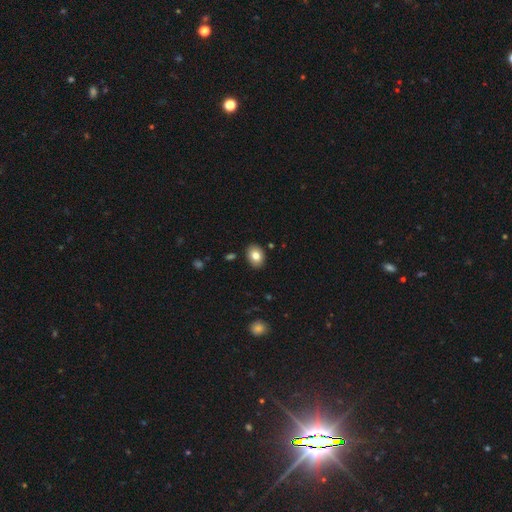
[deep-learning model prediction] Smooth or featured?
  - smooth: 81% *
  - featured or disk: 11%
  - star or artifact: 8%
How rounded?
  - in between: 72% *
  - round: 27%
  - cigar-shaped: 1%
Merging?
  - none: 89% *
  - minor disturbance: 8%
  - major disturbance: 2%
  - merger: 2%